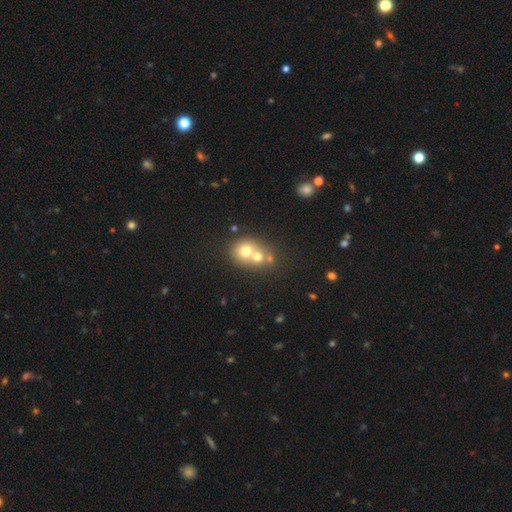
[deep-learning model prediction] Smooth or featured?
  - smooth: 63% *
  - featured or disk: 22%
  - star or artifact: 15%
How rounded?
  - round: 74% *
  - in between: 25%
  - cigar-shaped: 1%
Merging?
  - merger: 62% *
  - none: 30%
  - minor disturbance: 6%
  - major disturbance: 3%